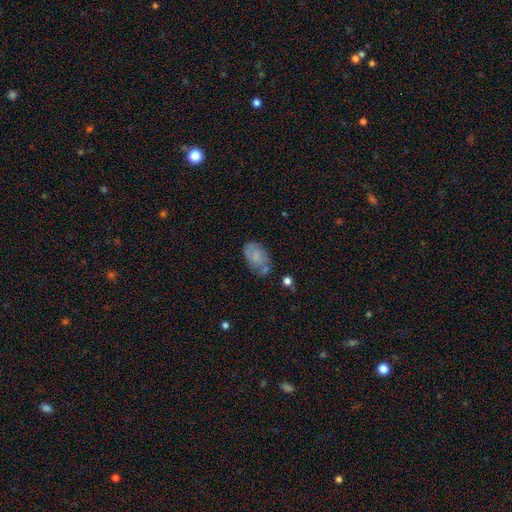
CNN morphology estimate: Overall: smooth (65%; featured or disk 27%). How rounded: in between (89%). Merging: none (52%; minor disturbance 29%).